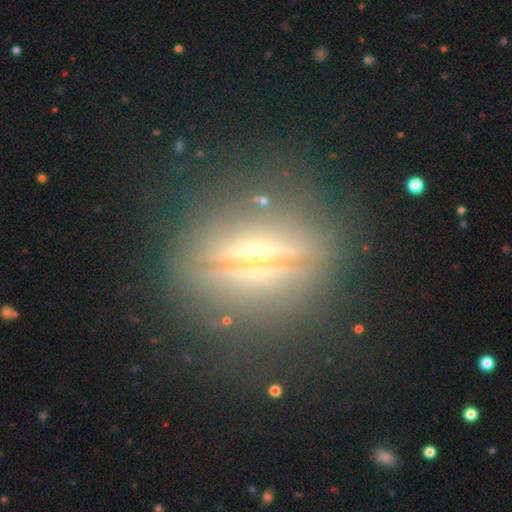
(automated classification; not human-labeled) Q: Smooth or featured?
A: featured or disk (67%); runner-up: star or artifact (18%)
Q: Edge-on disk?
A: yes (87%); runner-up: no (13%)
Q: Edge-on bulge?
A: rounded (91%); runner-up: none (6%)
Q: Merging?
A: none (82%); runner-up: minor disturbance (11%)